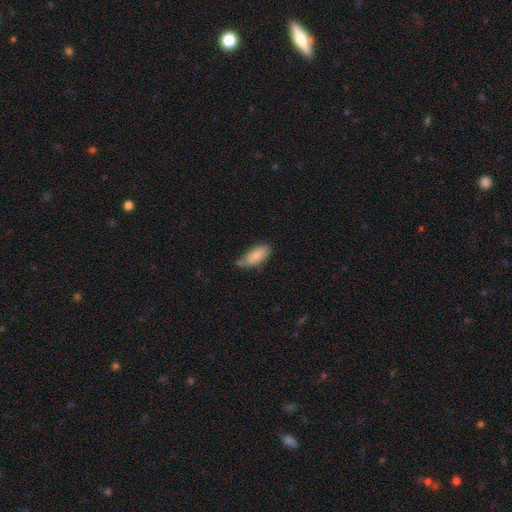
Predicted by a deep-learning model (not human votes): Q: Smooth or featured?
A: smooth (86%); runner-up: featured or disk (8%)
Q: How rounded?
A: in between (86%); runner-up: cigar-shaped (12%)
Q: Merging?
A: none (52%); runner-up: minor disturbance (36%)